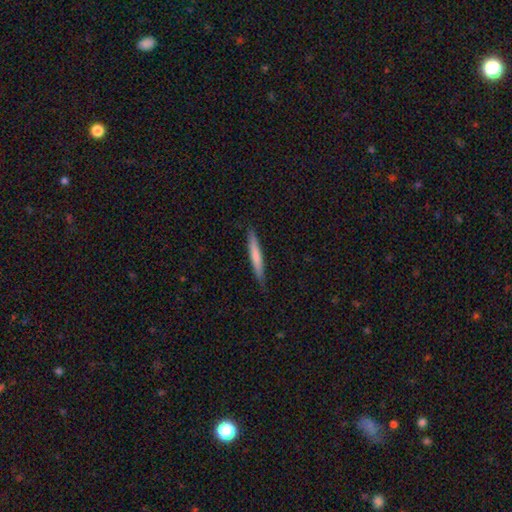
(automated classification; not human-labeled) smooth 69%, featured or disk 26%, star or artifact 5%. Down the decision tree: how rounded — cigar-shaped (95%); merging — none (86%).